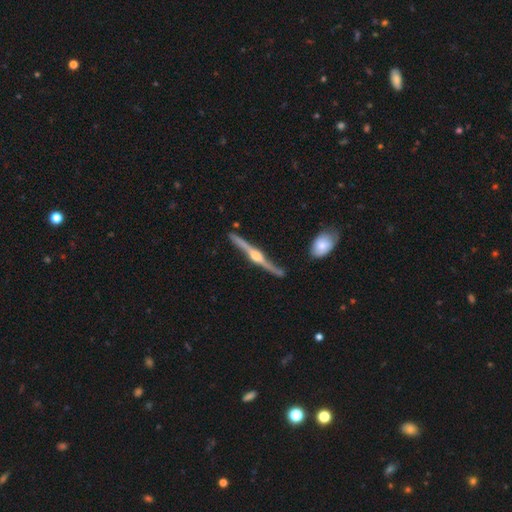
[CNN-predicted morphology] Smooth or featured? featured or disk (88%)
Edge-on disk? yes (97%)
Edge-on bulge? rounded (91%)
Merging? none (82%)